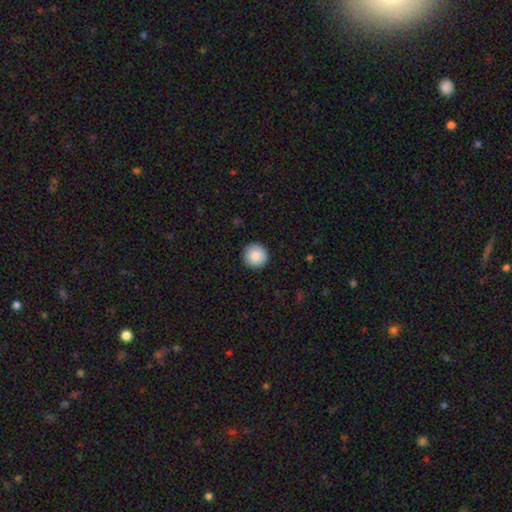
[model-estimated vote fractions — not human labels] This appears to be a smooth galaxy with no disk features (88%) that is round (96%). Merging: none (92%).